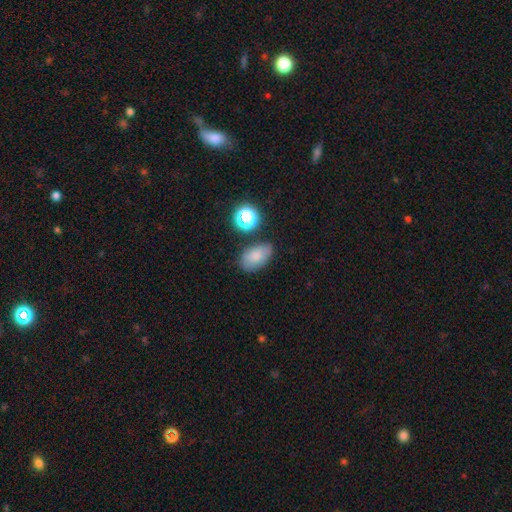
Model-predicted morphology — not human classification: smooth 76%, star or artifact 12%, featured or disk 12%. Down the decision tree: how rounded — in between (88%); merging — none (69%).